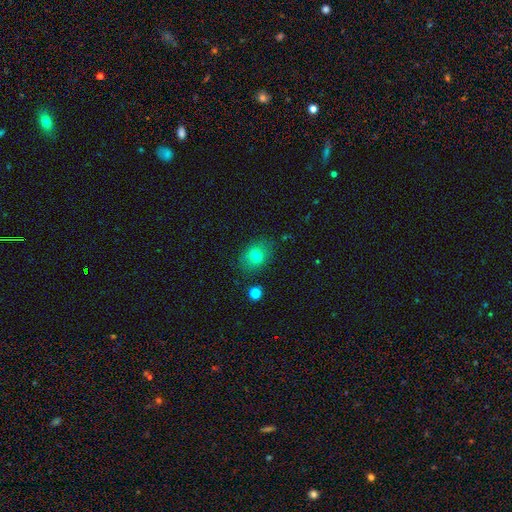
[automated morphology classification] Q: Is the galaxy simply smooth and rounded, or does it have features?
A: smooth — 75%.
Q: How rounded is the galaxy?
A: in between — 63%.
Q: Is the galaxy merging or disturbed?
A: none — 80%.